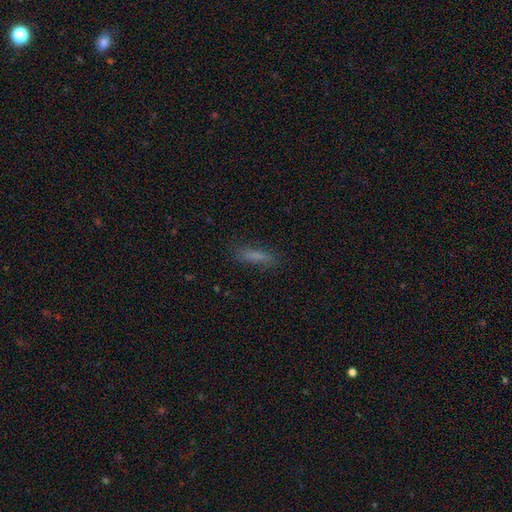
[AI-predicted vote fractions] smooth-or-featured: smooth: 74% | featured or disk: 14% | star or artifact: 12%
  how-rounded: cigar-shaped: 72% | in between: 26% | round: 2%
  merging: none: 81% | minor disturbance: 13% | major disturbance: 4% | merger: 1%